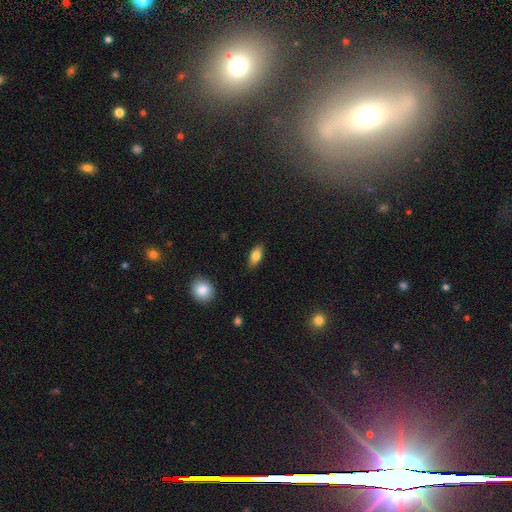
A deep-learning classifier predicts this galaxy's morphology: The model was most divided on "smooth or featured": smooth: 82%, featured or disk: 10%, star or artifact: 8%. More confident: how rounded — in between (87%); merging — none (85%).